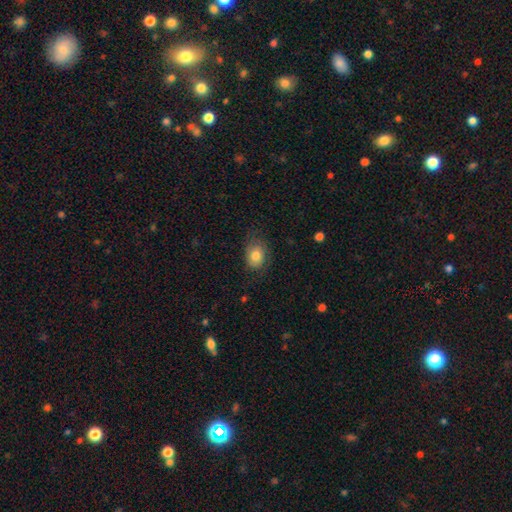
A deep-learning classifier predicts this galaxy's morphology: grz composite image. It shows a smooth galaxy with no disk features (76%) that is in between round and cigar-shaped (65%). Merging: none (67%).